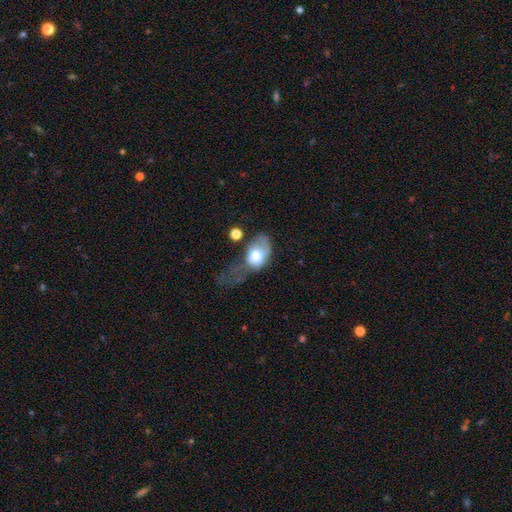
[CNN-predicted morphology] Smooth or featured?
  - smooth: 64% *
  - featured or disk: 28%
  - star or artifact: 8%
How rounded?
  - in between: 80% *
  - round: 18%
  - cigar-shaped: 2%
Merging?
  - major disturbance: 60% *
  - minor disturbance: 19%
  - none: 12%
  - merger: 9%